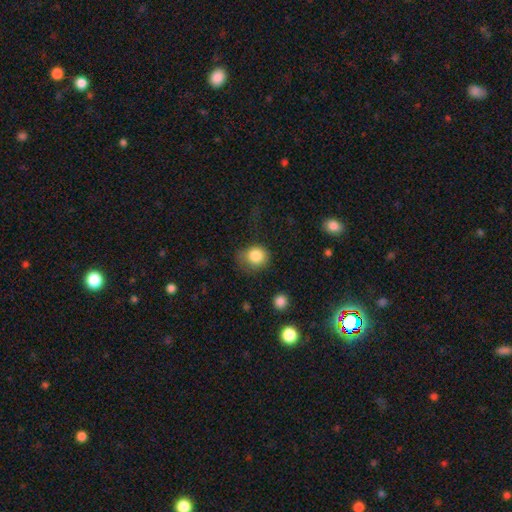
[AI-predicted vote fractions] smooth_or_featured: smooth (p=0.83) [alt: star or artifact p=0.10]
how_rounded: round (p=0.77) [alt: in between p=0.22]
merging: none (p=0.55) [alt: minor disturbance p=0.28]